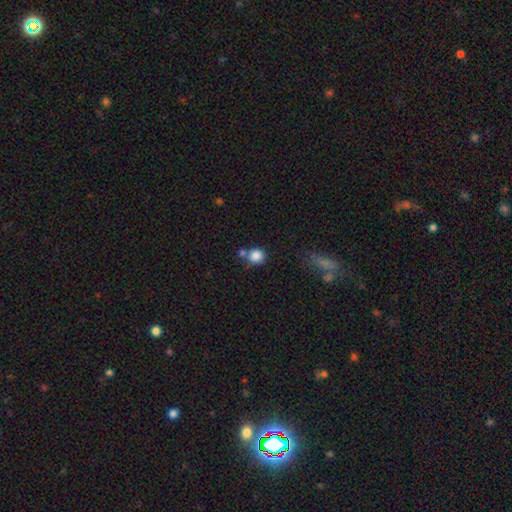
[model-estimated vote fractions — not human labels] Smooth or featured?
  - smooth: 85% *
  - star or artifact: 10%
  - featured or disk: 5%
How rounded?
  - round: 81% *
  - in between: 18%
  - cigar-shaped: 1%
Merging?
  - none: 59% *
  - merger: 23%
  - minor disturbance: 13%
  - major disturbance: 5%